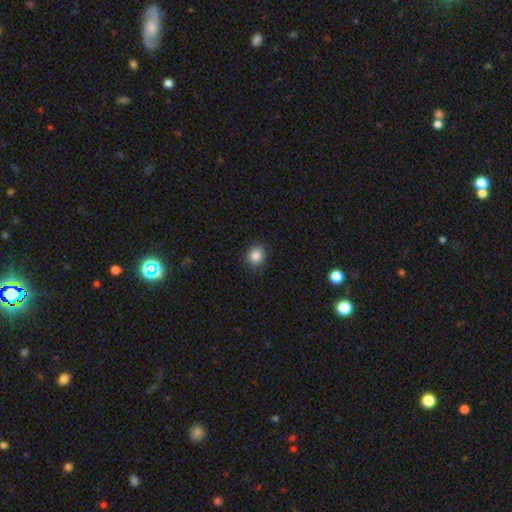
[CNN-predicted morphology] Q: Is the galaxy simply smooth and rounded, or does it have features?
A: smooth — 86%.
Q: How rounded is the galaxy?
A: round — 73%.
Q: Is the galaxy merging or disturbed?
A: none — 87%.